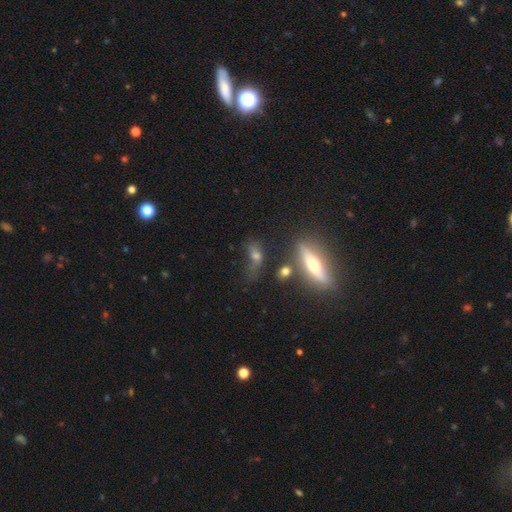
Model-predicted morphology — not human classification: A smooth galaxy with no disk features (46%). Merging: none (46%).